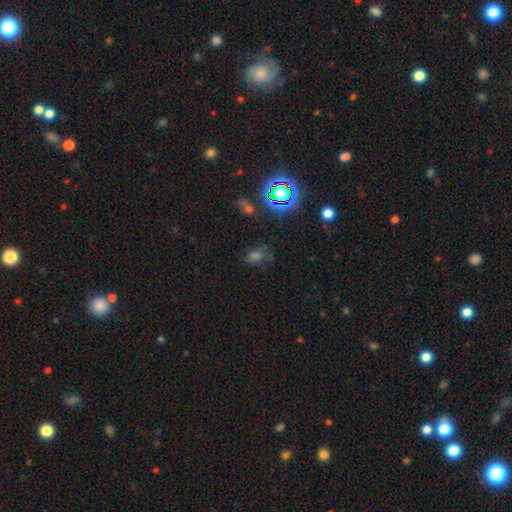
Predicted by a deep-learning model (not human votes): This is possibly a smooth galaxy (47%). Merging: likely none (63%).